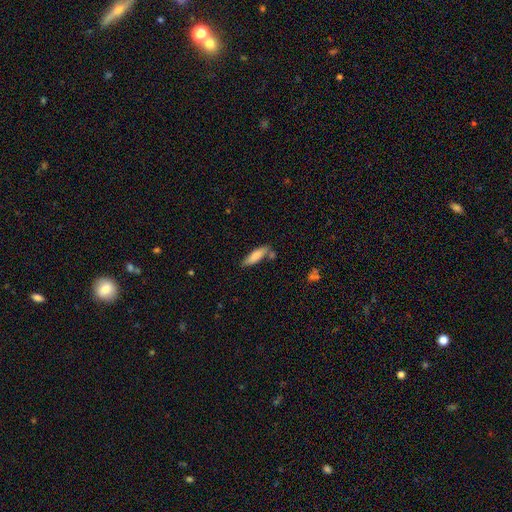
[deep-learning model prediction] Smooth or featured? smooth (79%)
How rounded? cigar-shaped (59%)
Merging? none (67%)